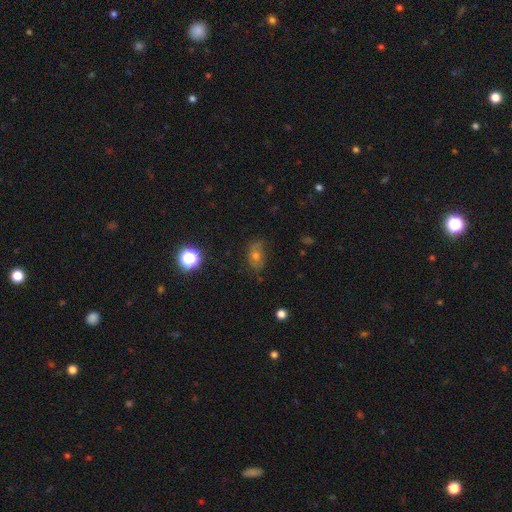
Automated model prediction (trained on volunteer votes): Overall: smooth (53%; featured or disk 25%). How rounded: in between (70%). Merging: none (64%).